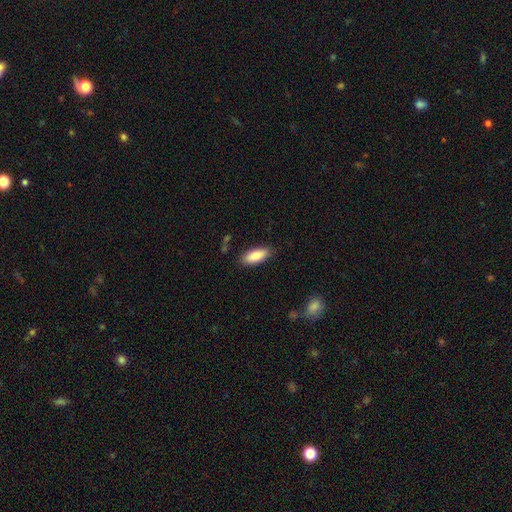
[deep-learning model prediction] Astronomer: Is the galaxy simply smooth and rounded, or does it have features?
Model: smooth — 84%.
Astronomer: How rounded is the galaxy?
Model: in between — 77%.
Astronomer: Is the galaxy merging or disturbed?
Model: none — 85%.